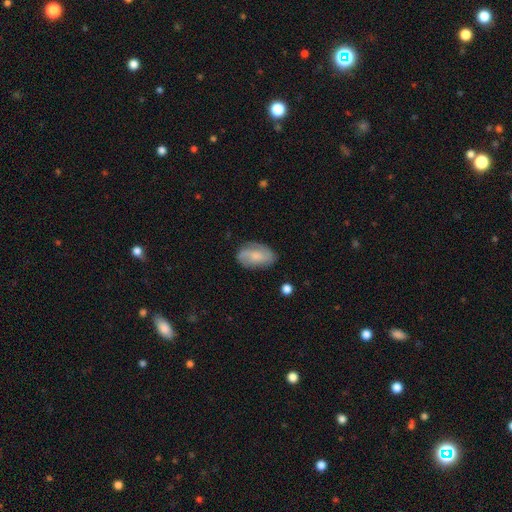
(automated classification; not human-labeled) Q: Smooth or featured?
A: featured or disk (47%); runner-up: smooth (45%)
Q: Merging?
A: none (72%); runner-up: minor disturbance (20%)